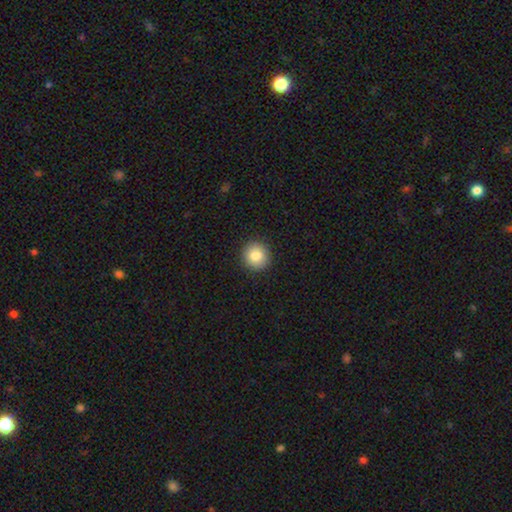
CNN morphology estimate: Smooth or featured: smooth — 82% (star or artifact — 9%)
How rounded: round — 93% (in between — 6%)
Merging: none — 92% (minor disturbance — 5%)